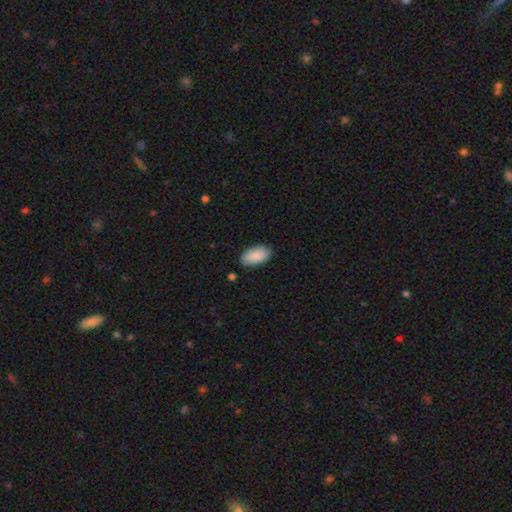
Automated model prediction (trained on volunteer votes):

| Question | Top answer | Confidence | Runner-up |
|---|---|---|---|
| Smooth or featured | smooth | 90% | star or artifact (6%) |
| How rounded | in between | 95% | round (3%) |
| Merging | none | 86% | minor disturbance (11%) |